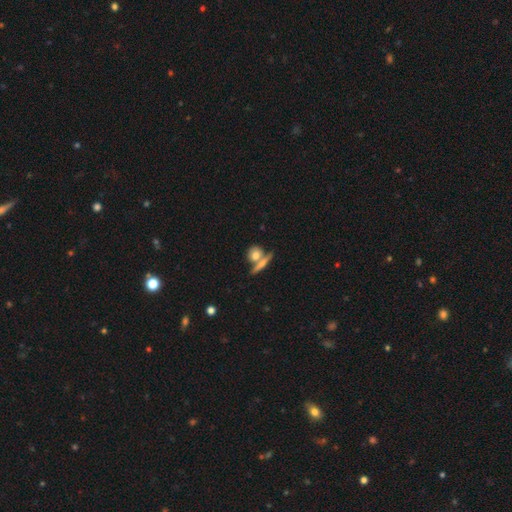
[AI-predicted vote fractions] Smooth or featured: smooth — 67% (featured or disk — 24%)
How rounded: round — 61% (in between — 27%)
Merging: none — 52% (merger — 35%)